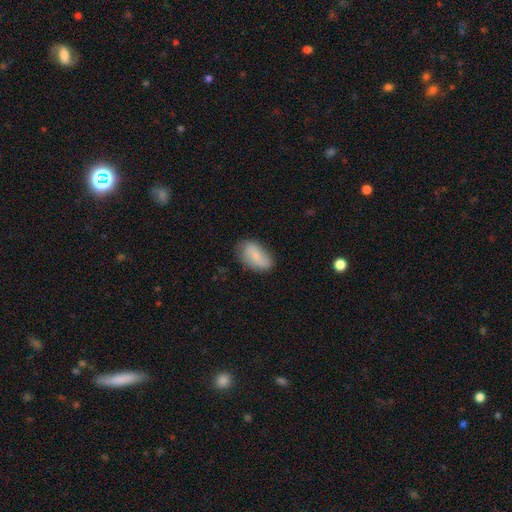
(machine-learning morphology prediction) Smooth or featured?
  - smooth: 67% *
  - featured or disk: 26%
  - star or artifact: 7%
How rounded?
  - in between: 92% *
  - round: 5%
  - cigar-shaped: 3%
Merging?
  - none: 68% *
  - minor disturbance: 24%
  - major disturbance: 6%
  - merger: 2%